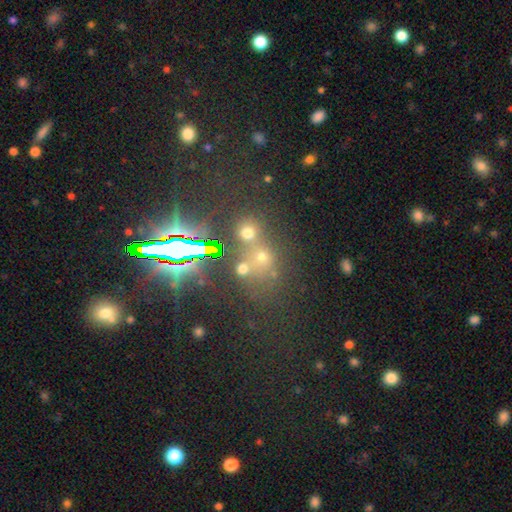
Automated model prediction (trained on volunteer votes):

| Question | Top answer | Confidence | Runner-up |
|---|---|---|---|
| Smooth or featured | star or artifact | 61% | smooth (26%) |